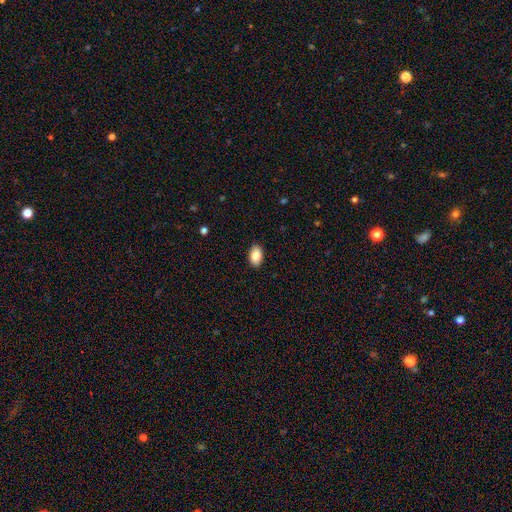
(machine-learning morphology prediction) A smooth galaxy with no disk features (89%) that is in between round and cigar-shaped (92%).

Vote fractions:
- Smooth or featured? smooth: 89% / star or artifact: 7% / featured or disk: 5%
- How rounded? in between: 92% / round: 6% / cigar-shaped: 1%
- Merging? none: 89% / minor disturbance: 8% / major disturbance: 2% / merger: 1%